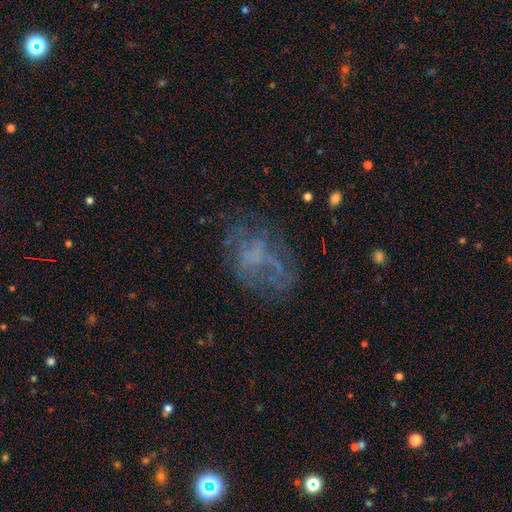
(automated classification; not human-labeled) The model was most divided on "smooth or featured": featured or disk: 50%, smooth: 29%, star or artifact: 22%. Remaining: merging — none (50%).